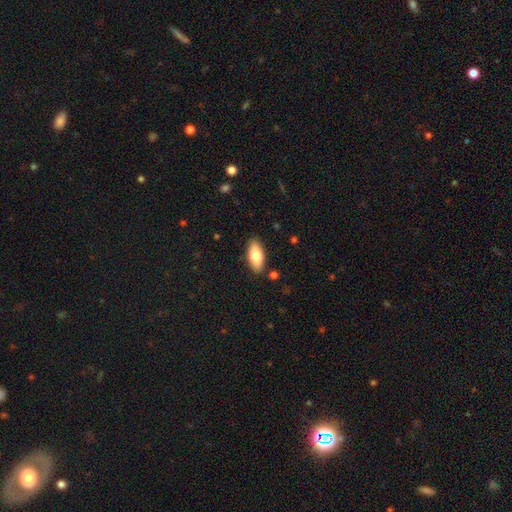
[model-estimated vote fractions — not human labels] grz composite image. It shows a smooth galaxy with no disk features (79%) that is in between round and cigar-shaped (85%). Merging: none (87%).